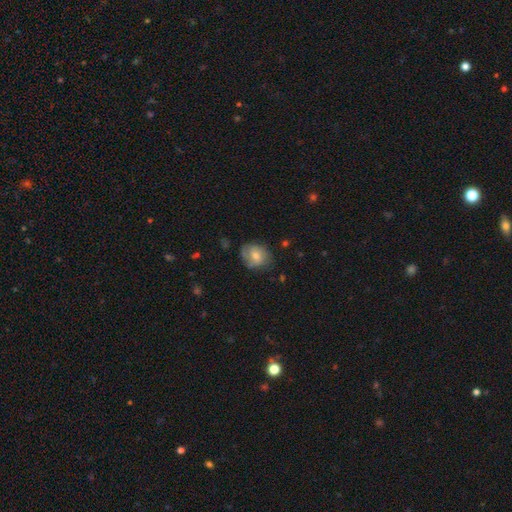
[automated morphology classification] A smooth galaxy with no disk features (56%) that is round (57%).

Vote fractions:
- Smooth or featured? smooth: 56% / featured or disk: 35% / star or artifact: 9%
- How rounded? round: 57% / in between: 42% / cigar-shaped: 1%
- Merging? none: 65% / minor disturbance: 26% / major disturbance: 8% / merger: 2%